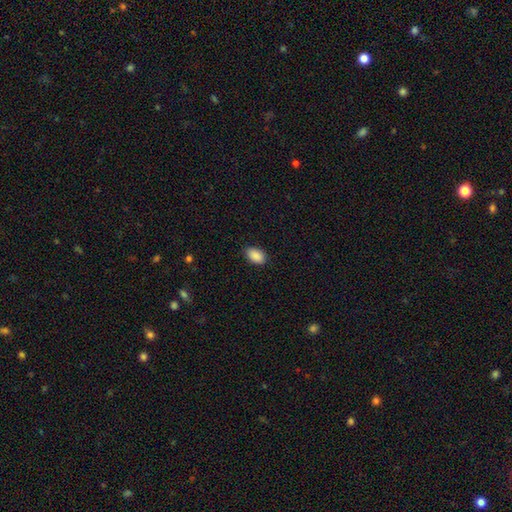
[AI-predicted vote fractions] This is clearly a smooth galaxy (90%). How rounded: clearly in between (91%). Merging: clearly none (87%).